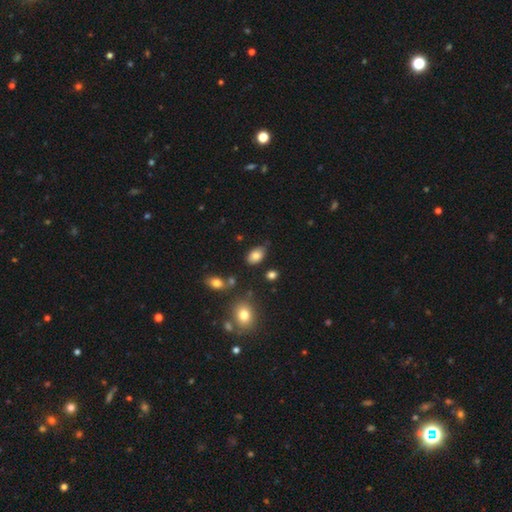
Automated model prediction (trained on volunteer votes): Smooth or featured? smooth (82%)
How rounded? in between (88%)
Merging? none (74%)